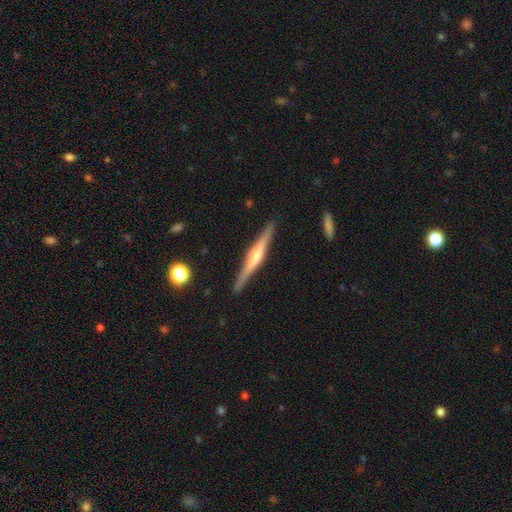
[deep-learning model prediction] smooth-or-featured: featured or disk: 77% | smooth: 17% | star or artifact: 5%
  disk-edge-on: yes: 98% | no: 2%
    edge-on-bulge: rounded: 81% | boxy: 11% | none: 8%
  merging: none: 91% | minor disturbance: 6% | major disturbance: 1% | merger: 1%